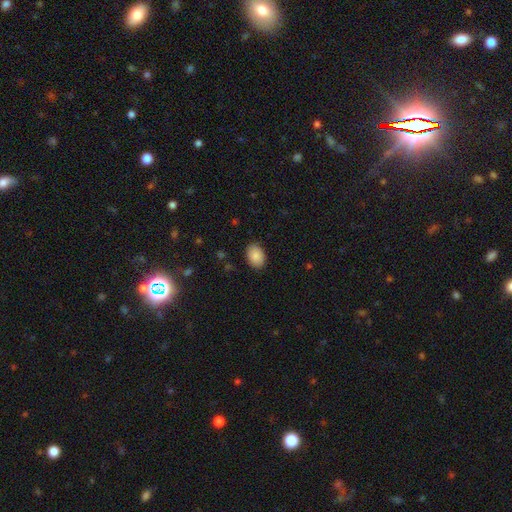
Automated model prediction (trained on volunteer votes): smooth-or-featured: smooth: 88% | star or artifact: 7% | featured or disk: 5%
  how-rounded: in between: 82% | round: 17% | cigar-shaped: 1%
  merging: none: 87% | minor disturbance: 9% | major disturbance: 2% | merger: 1%